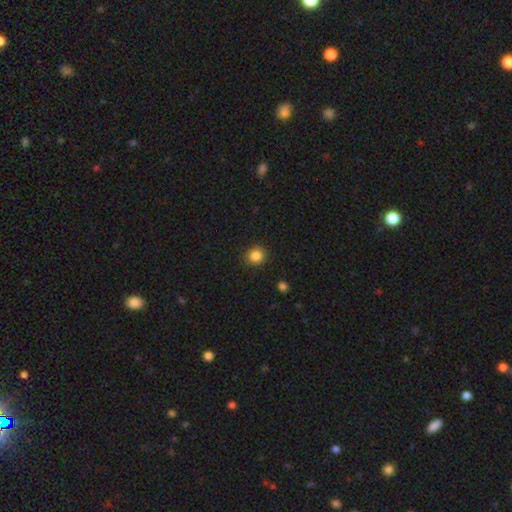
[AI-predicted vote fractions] Morphology: type=smooth (85%); roundness=round (87%); merging=none (89%).